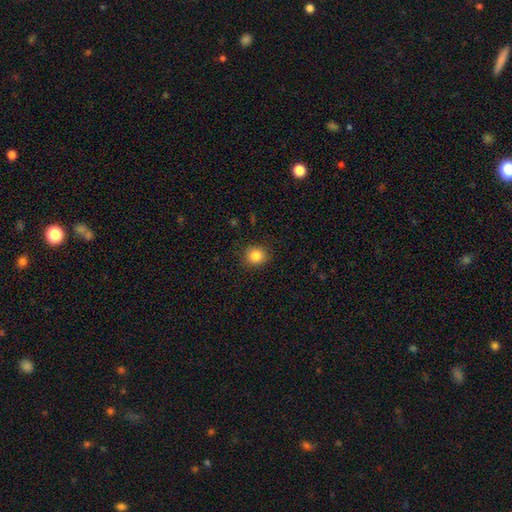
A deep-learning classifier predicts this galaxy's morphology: This appears to be a smooth galaxy with no disk features (85%) that is round (85%). Merging: none (89%).